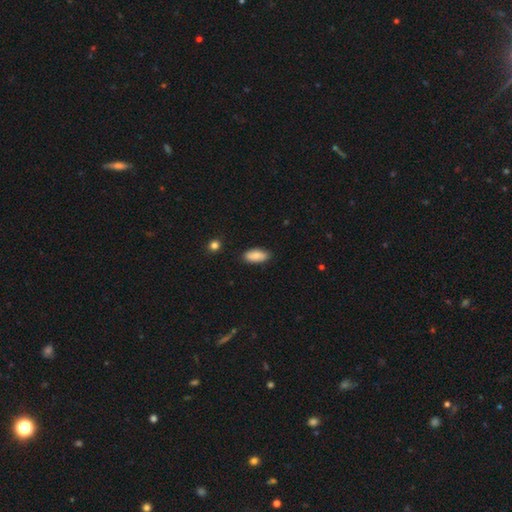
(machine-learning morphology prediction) Q: Smooth or featured?
A: smooth (84%); runner-up: featured or disk (9%)
Q: How rounded?
A: in between (88%); runner-up: cigar-shaped (9%)
Q: Merging?
A: none (83%); runner-up: minor disturbance (13%)